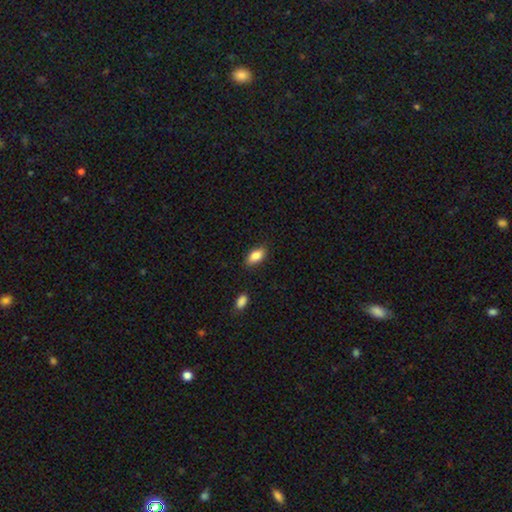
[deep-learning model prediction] Q: Smooth or featured?
A: smooth (84%); runner-up: featured or disk (8%)
Q: How rounded?
A: in between (90%); runner-up: cigar-shaped (6%)
Q: Merging?
A: none (82%); runner-up: minor disturbance (13%)